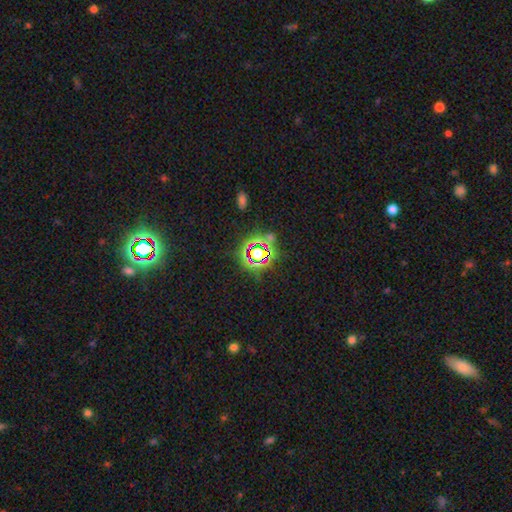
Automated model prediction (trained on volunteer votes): Smooth or featured?
  - star or artifact: 72% *
  - smooth: 19%
  - featured or disk: 10%